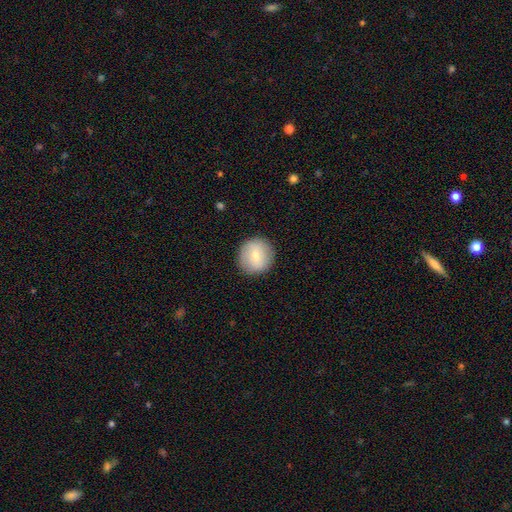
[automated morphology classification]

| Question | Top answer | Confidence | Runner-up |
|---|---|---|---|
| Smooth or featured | smooth | 73% | featured or disk (20%) |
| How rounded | round | 92% | in between (7%) |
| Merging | none | 89% | minor disturbance (8%) |